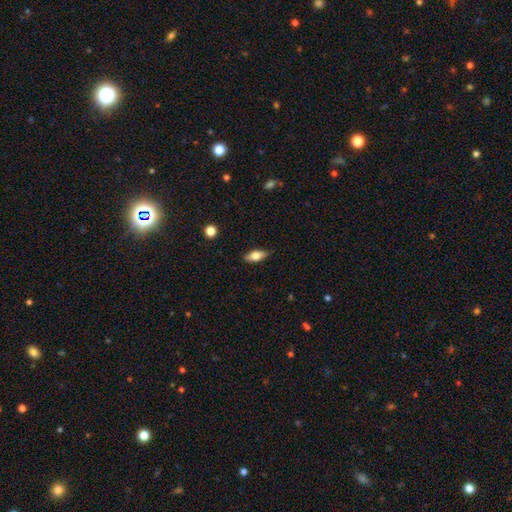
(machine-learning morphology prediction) Smooth or featured? smooth (67%)
How rounded? in between (77%)
Merging? none (86%)